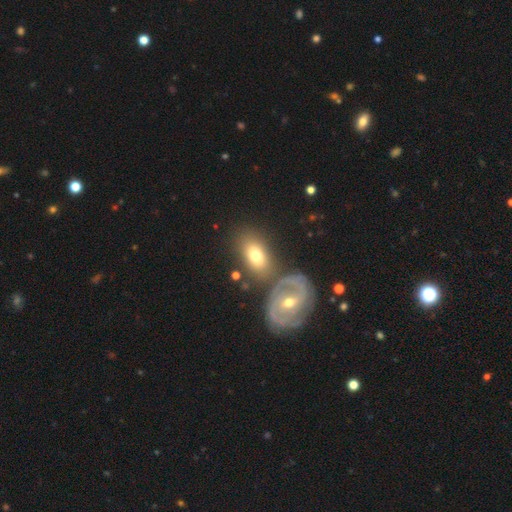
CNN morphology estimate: This is possibly a smooth galaxy (58%). How rounded: clearly in between (86%). Merging: possibly none (60%).